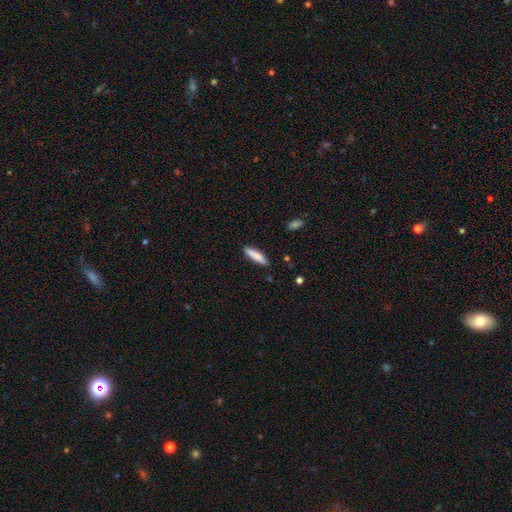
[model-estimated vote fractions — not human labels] Smooth or featured?
  - smooth: 82% *
  - featured or disk: 12%
  - star or artifact: 6%
How rounded?
  - cigar-shaped: 74% *
  - in between: 24%
  - round: 1%
Merging?
  - none: 86% *
  - minor disturbance: 11%
  - major disturbance: 2%
  - merger: 2%